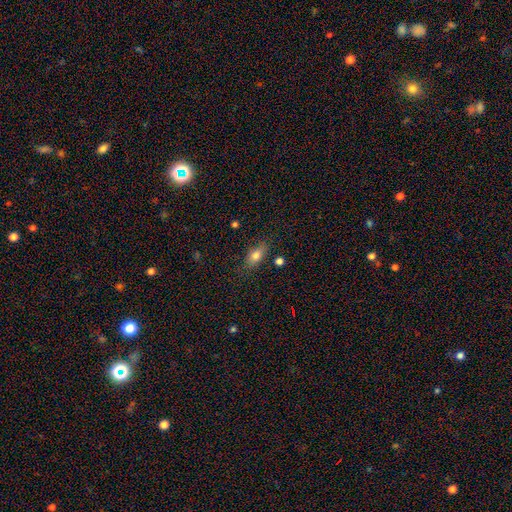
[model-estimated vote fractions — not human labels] smooth_or_featured: smooth (p=0.75) [alt: featured or disk p=0.16]
how_rounded: in between (p=0.80) [alt: cigar-shaped p=0.13]
merging: none (p=0.78) [alt: minor disturbance p=0.15]